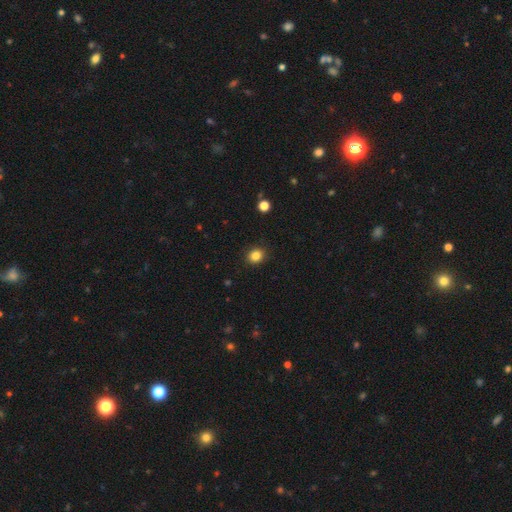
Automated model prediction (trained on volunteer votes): A smooth galaxy with no disk features (84%) that is round (75%).

Vote fractions:
- Smooth or featured? smooth: 84% / star or artifact: 12% / featured or disk: 4%
- How rounded? round: 75% / in between: 24% / cigar-shaped: 1%
- Merging? none: 90% / minor disturbance: 7% / major disturbance: 2% / merger: 1%